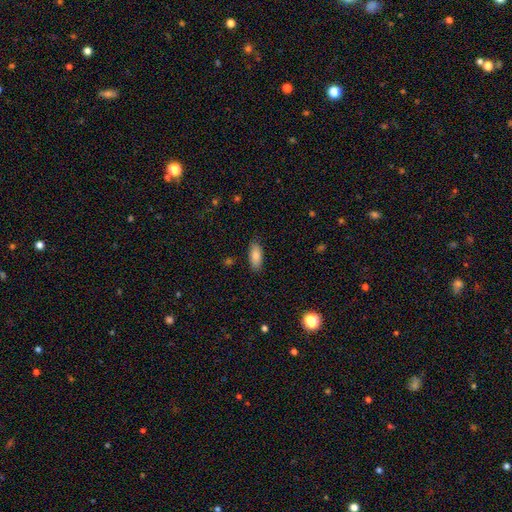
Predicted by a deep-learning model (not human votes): Smooth or featured?
  - smooth: 86% *
  - featured or disk: 8%
  - star or artifact: 7%
How rounded?
  - in between: 81% *
  - cigar-shaped: 17%
  - round: 2%
Merging?
  - none: 86% *
  - minor disturbance: 11%
  - major disturbance: 2%
  - merger: 1%